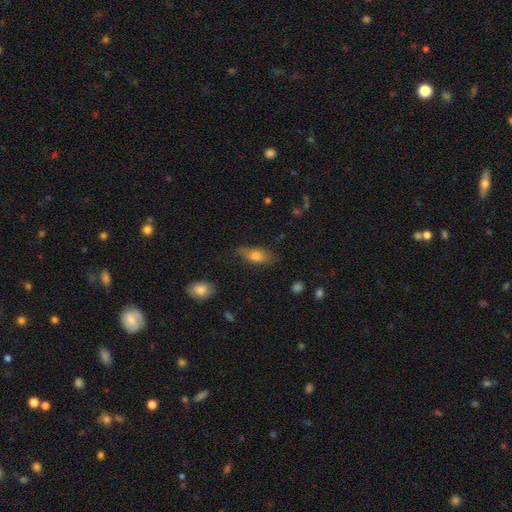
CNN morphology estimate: This is likely a smooth galaxy (72%). How rounded: likely in between (76%). Merging: likely none (69%).